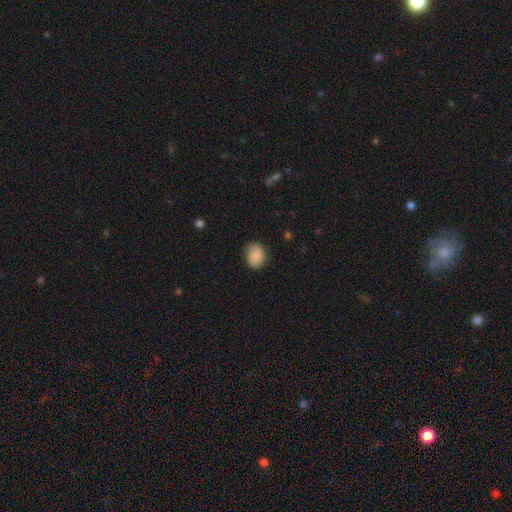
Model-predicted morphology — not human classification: This is clearly a smooth galaxy (81%). How rounded: possibly round (50%). Merging: likely none (77%).